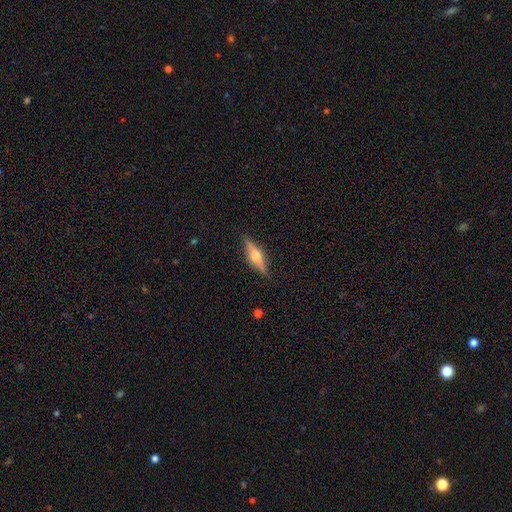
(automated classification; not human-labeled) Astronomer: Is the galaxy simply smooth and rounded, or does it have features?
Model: featured or disk — 68%.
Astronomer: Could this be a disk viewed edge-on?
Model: yes — 96%.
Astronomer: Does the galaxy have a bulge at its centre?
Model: rounded — 93%.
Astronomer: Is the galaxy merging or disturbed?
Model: none — 87%.